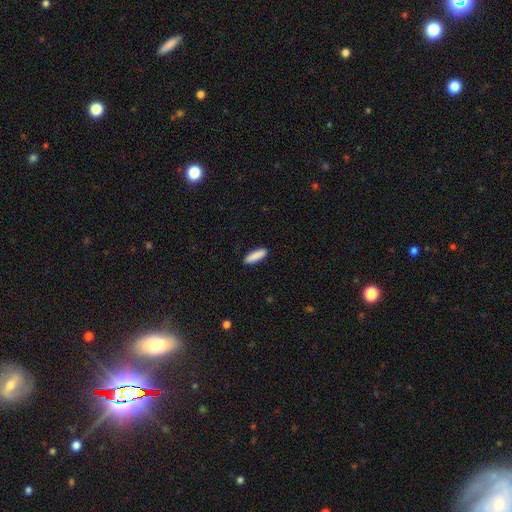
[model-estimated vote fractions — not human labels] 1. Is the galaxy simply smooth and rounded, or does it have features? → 89% smooth, 6% star or artifact, 5% featured or disk.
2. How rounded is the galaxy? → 61% cigar-shaped, 38% in between, 1% round.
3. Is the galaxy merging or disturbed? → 89% none, 8% minor disturbance, 2% major disturbance, 1% merger.